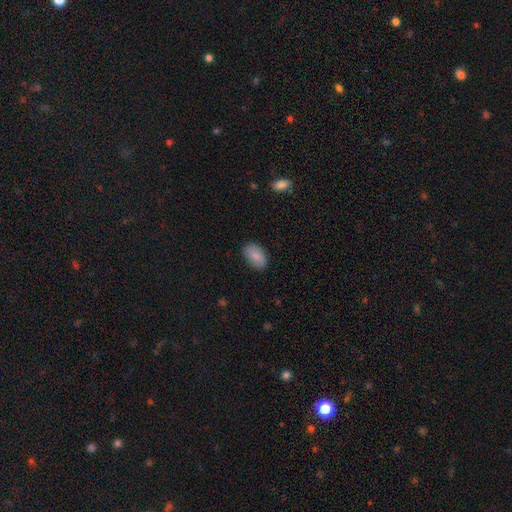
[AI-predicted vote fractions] This is clearly a smooth galaxy (83%). How rounded: clearly in between (92%). Merging: clearly none (84%).